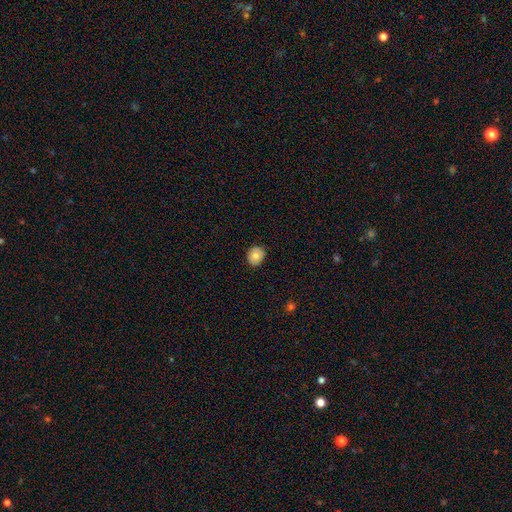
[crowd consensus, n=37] Overall: smooth (84%). How rounded: round (68%; in between 32%). Merging: none (77%).